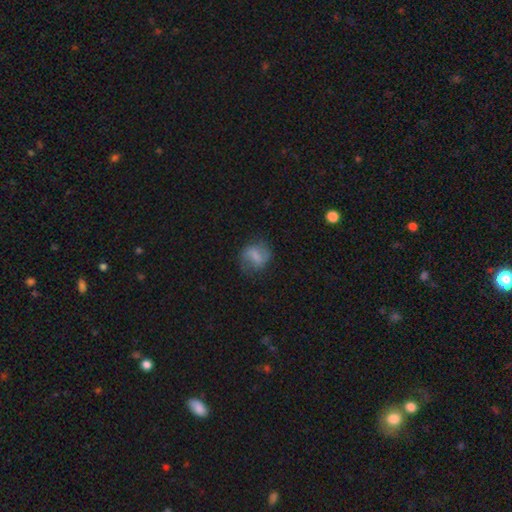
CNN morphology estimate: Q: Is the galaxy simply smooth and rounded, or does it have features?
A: smooth — 51%.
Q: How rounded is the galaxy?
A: round — 57%.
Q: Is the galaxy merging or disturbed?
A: none — 68%.